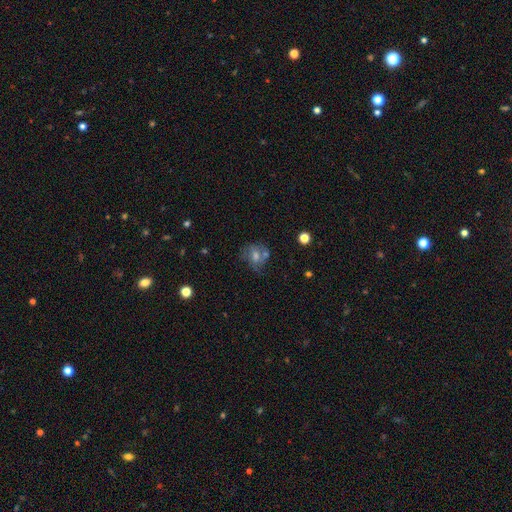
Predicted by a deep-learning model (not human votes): A featured or disk galaxy (44%). Merging: none (52%).